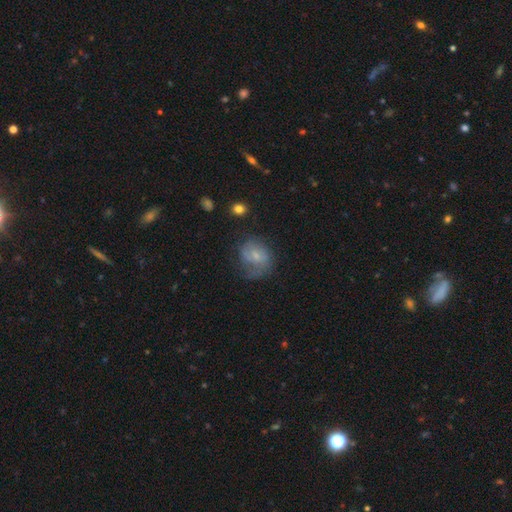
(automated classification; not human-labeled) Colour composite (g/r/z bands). It shows a featured or disk galaxy (46%). Merging: none (45%).